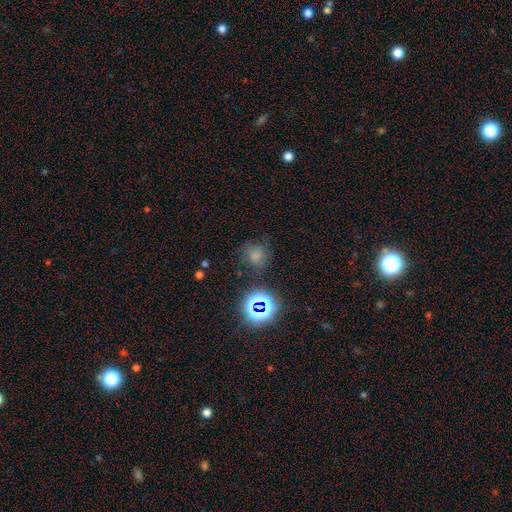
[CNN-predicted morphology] Smooth or featured: smooth — 64% (star or artifact — 26%)
How rounded: round — 78% (in between — 21%)
Merging: none — 67% (minor disturbance — 20%)